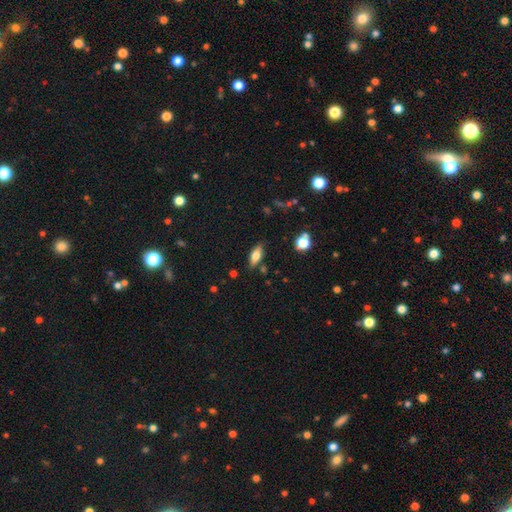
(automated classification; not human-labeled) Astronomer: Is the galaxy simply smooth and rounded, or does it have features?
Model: smooth — 69%.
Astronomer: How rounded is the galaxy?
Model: in between — 80%.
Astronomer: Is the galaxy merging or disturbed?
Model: none — 82%.